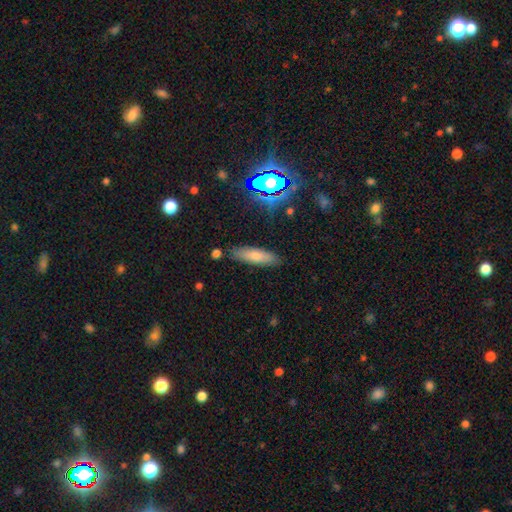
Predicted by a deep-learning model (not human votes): Smooth or featured? smooth (72%)
How rounded? cigar-shaped (60%)
Merging? none (84%)